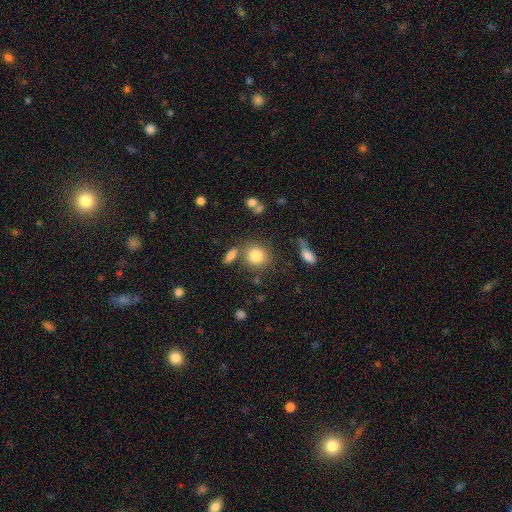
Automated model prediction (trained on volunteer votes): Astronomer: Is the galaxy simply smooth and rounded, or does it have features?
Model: smooth — 81%.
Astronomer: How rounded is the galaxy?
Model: round — 77%.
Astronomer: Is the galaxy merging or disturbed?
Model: none — 69%.